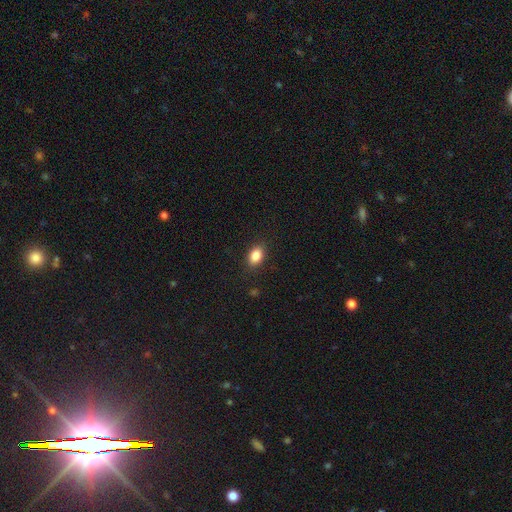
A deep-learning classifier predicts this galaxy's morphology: Smooth or featured: smooth — 86% (star or artifact — 9%)
How rounded: in between — 81% (round — 17%)
Merging: none — 87% (minor disturbance — 9%)